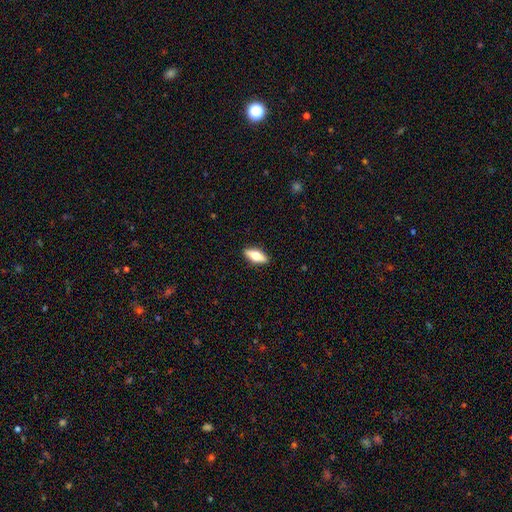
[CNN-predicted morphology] Smooth or featured? Predicted: smooth (p=0.56). How rounded? Predicted: in between (p=0.70). Merging? Predicted: none (p=0.90).